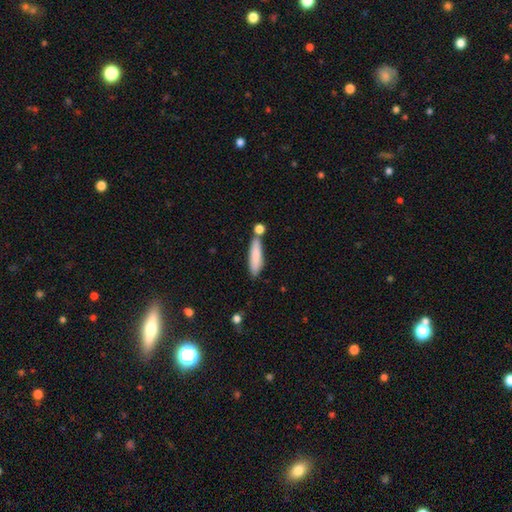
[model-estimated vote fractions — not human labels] Overall: smooth (83%). How rounded: cigar-shaped (73%). Merging: none (68%).